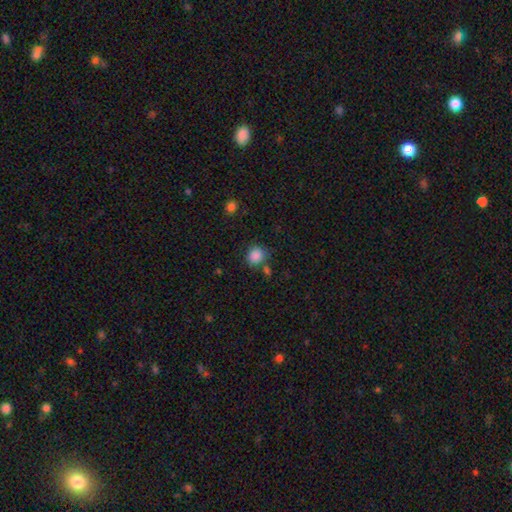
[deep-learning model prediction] Morphology: type=smooth (86%); roundness=round (75%); merging=none (73%).